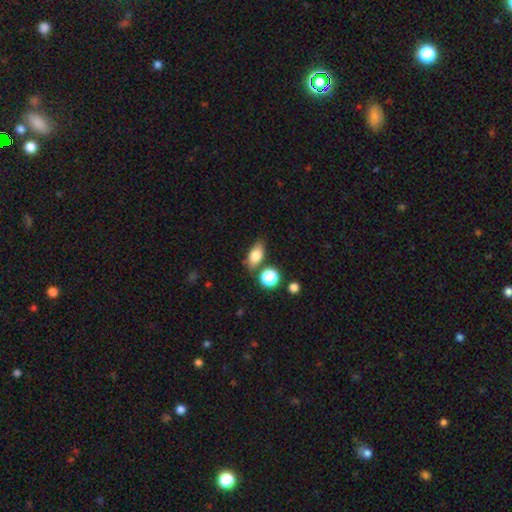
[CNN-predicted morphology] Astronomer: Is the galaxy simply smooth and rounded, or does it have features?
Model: smooth — 78%.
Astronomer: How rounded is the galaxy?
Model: in between — 81%.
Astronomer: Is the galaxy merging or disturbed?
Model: none — 72%.